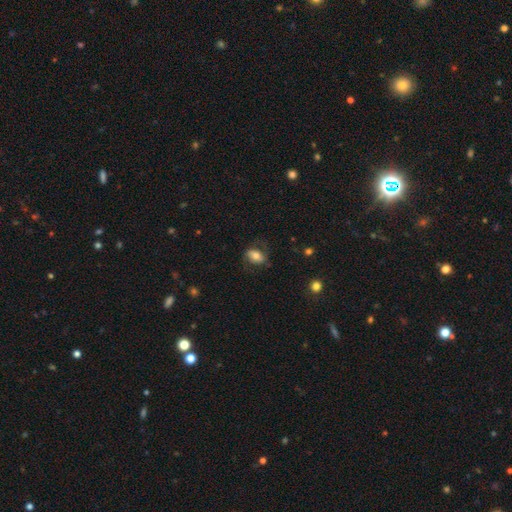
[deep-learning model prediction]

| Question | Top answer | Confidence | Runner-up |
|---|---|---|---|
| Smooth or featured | smooth | 63% | featured or disk (29%) |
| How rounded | in between | 83% | round (15%) |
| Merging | none | 65% | minor disturbance (20%) |